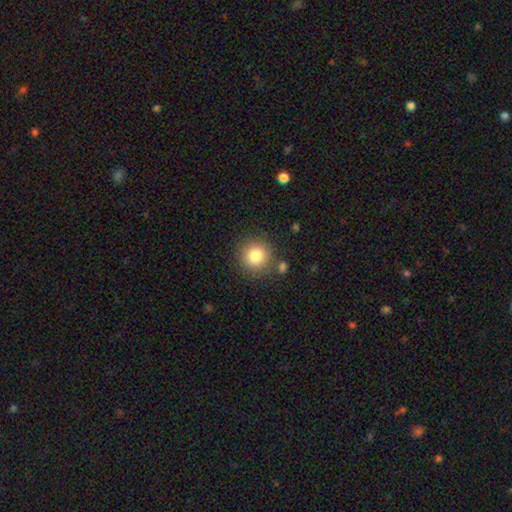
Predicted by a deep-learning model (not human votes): Overall: smooth (83%). How rounded: round (93%). Merging: none (82%).